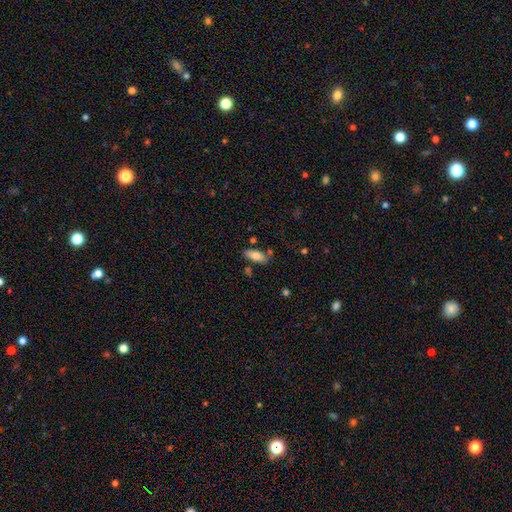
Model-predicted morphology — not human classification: Q: Smooth or featured?
A: smooth (79%); runner-up: featured or disk (14%)
Q: How rounded?
A: in between (81%); runner-up: cigar-shaped (17%)
Q: Merging?
A: none (73%); runner-up: minor disturbance (16%)